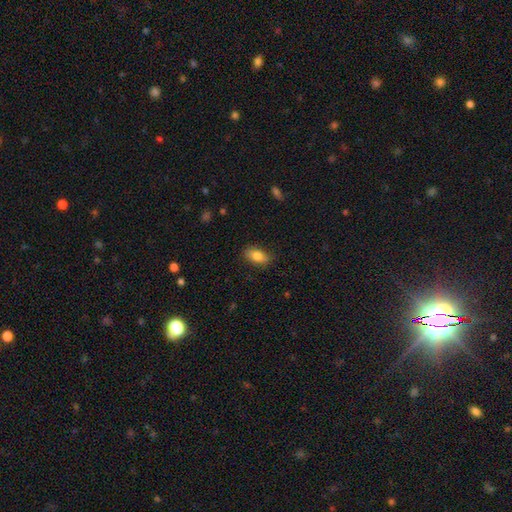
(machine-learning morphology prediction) Smooth or featured? Predicted: smooth (p=0.81). How rounded? Predicted: in between (p=0.88). Merging? Predicted: none (p=0.84).